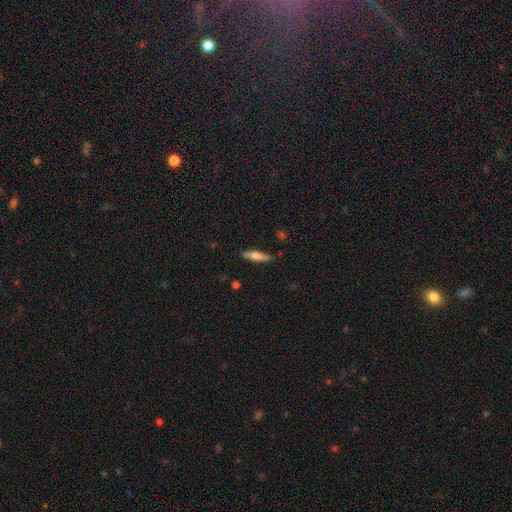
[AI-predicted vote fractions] Smooth or featured? Predicted: smooth (p=0.58). How rounded? Predicted: cigar-shaped (p=0.79). Merging? Predicted: none (p=0.84).